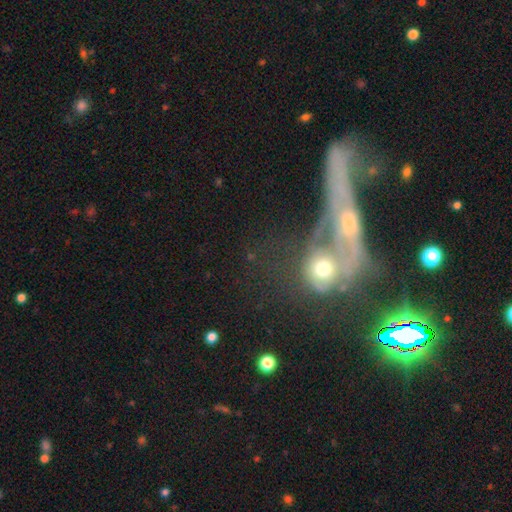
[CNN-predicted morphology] This appears to be a smooth galaxy with no disk features (38%). Merging: merger (47%).